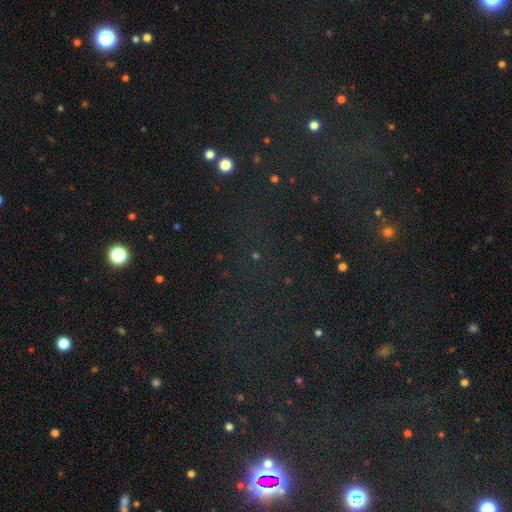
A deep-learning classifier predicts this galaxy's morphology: A star or artifact, not a galaxy (73%).

Vote fractions:
- Smooth or featured? star or artifact: 73% / smooth: 19% / featured or disk: 9%